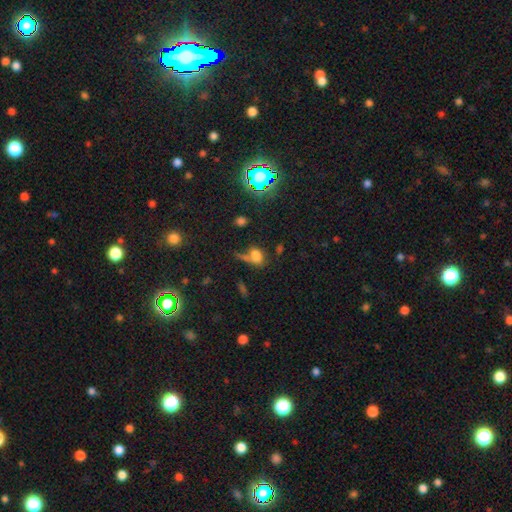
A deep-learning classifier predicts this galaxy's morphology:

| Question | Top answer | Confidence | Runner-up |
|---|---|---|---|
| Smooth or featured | smooth | 70% | star or artifact (18%) |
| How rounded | in between | 69% | round (28%) |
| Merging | none | 41% | merger (22%) |